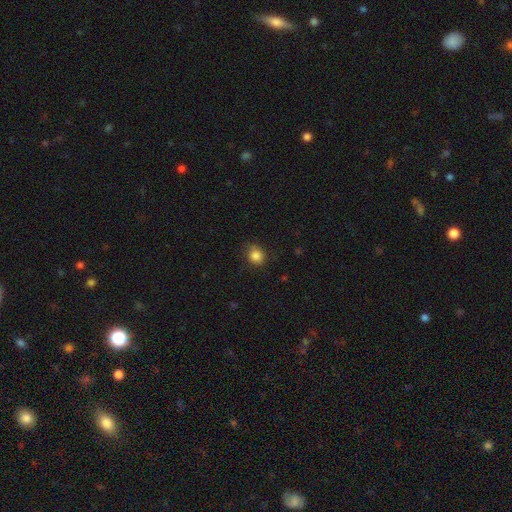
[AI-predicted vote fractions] This appears to be a smooth galaxy with no disk features (84%) that is round (73%). Merging: none (73%).